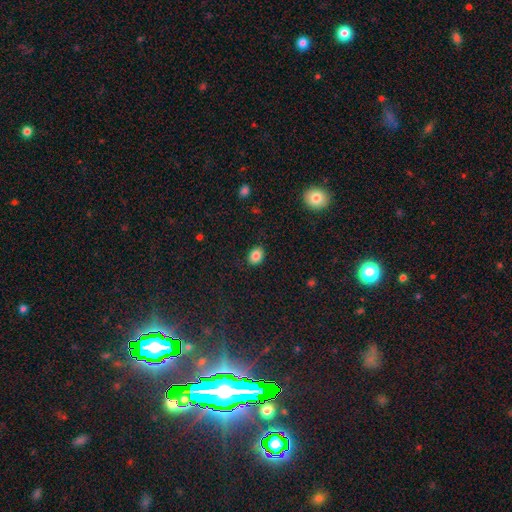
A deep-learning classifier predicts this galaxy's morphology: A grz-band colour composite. It shows a smooth galaxy with no disk features (85%) that is in between round and cigar-shaped (66%). Merging: none (87%).